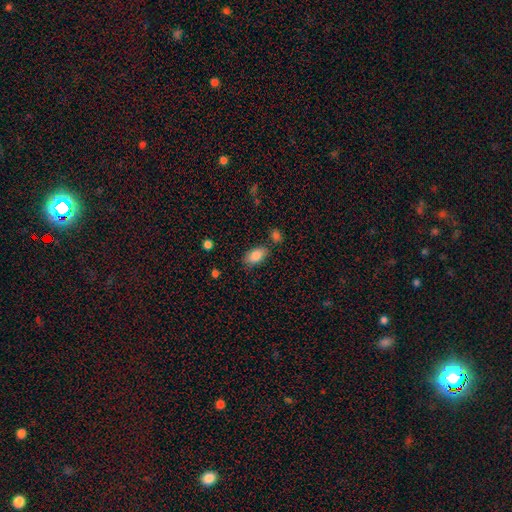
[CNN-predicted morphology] This appears to be a smooth galaxy with no disk features (86%) that is in between round and cigar-shaped (92%). Merging: none (78%).